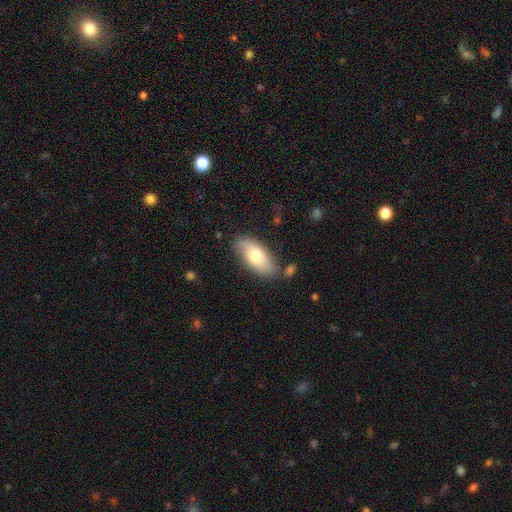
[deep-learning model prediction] This appears to be a smooth galaxy with no disk features (70%) that is in between round and cigar-shaped (88%). Merging: none (75%).